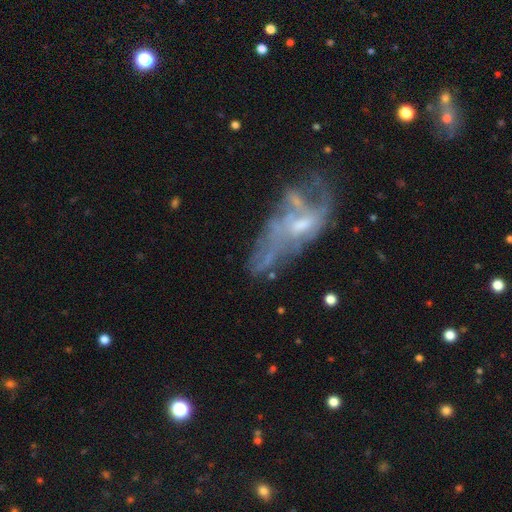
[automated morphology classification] This appears to be a featured or disk galaxy (61%) with no bar (69%), no spiral arms (68%) and a moderate central bulge (38%). Merging: major disturbance (35%).